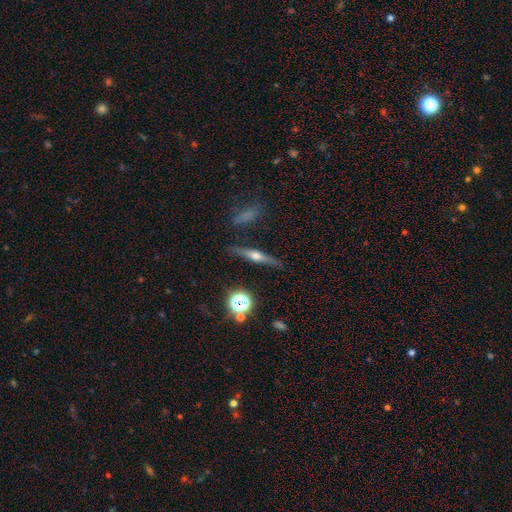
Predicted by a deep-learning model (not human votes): Q: Smooth or featured?
A: featured or disk (65%); runner-up: smooth (26%)
Q: Edge-on disk?
A: yes (95%); runner-up: no (5%)
Q: Edge-on bulge?
A: rounded (92%); runner-up: boxy (4%)
Q: Merging?
A: none (87%); runner-up: minor disturbance (8%)